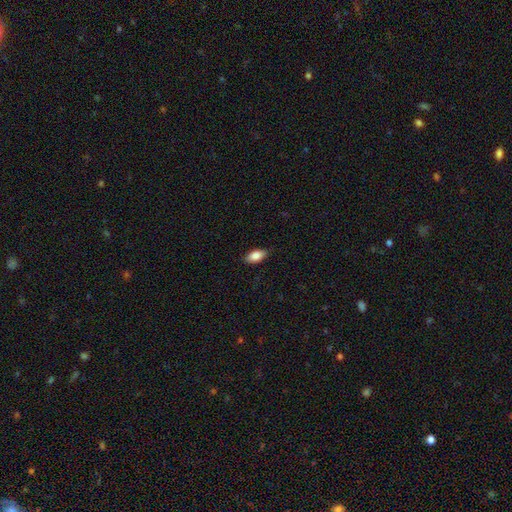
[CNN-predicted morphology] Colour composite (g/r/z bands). It shows a smooth galaxy with no disk features (85%) that is in between round and cigar-shaped (90%). Merging: none (86%).